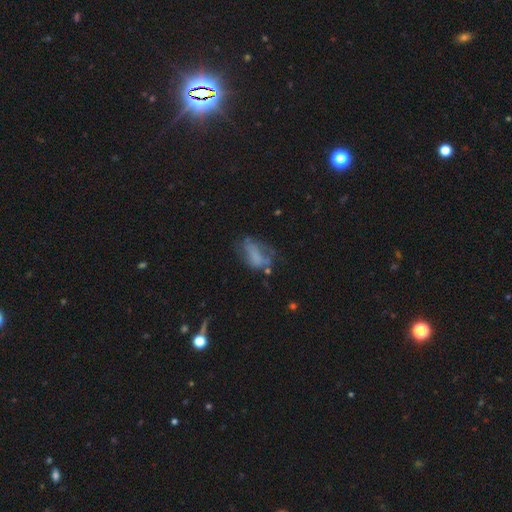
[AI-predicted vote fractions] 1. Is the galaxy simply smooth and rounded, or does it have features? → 50% smooth, 36% featured or disk, 14% star or artifact.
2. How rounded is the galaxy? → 84% in between, 8% round, 8% cigar-shaped.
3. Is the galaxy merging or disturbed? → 33% none (tied), 33% major disturbance (tied), 27% minor disturbance, 7% merger.